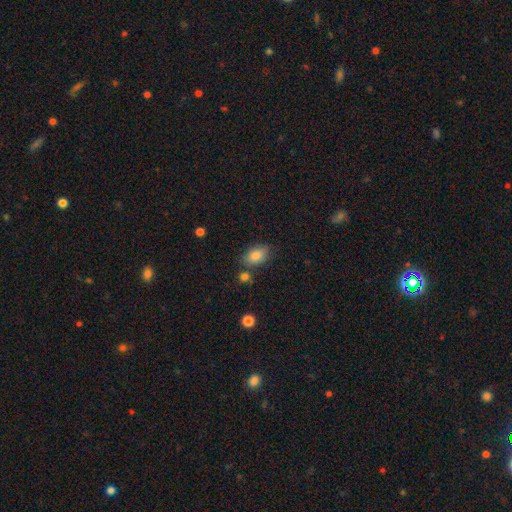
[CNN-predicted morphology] A smooth galaxy with no disk features (83%) that is in between round and cigar-shaped (89%). Merging: none (74%).